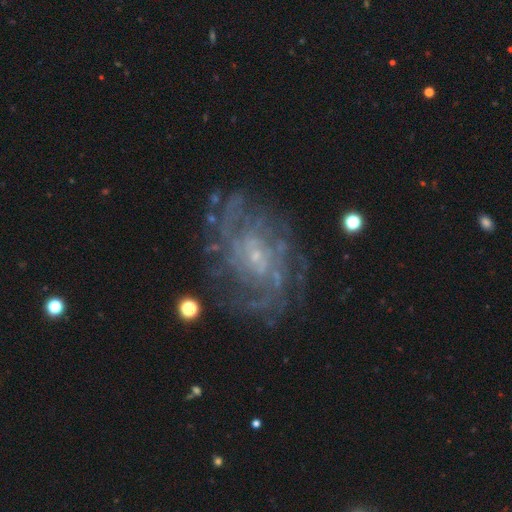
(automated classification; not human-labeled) Morphology: type=featured or disk (85%); edge-on=no (97%); bar=no (64%); spiral arms=yes (92%); winding=tight (58%); arm count=can't tell (38%); bulge=small (83%); merging=none (75%).